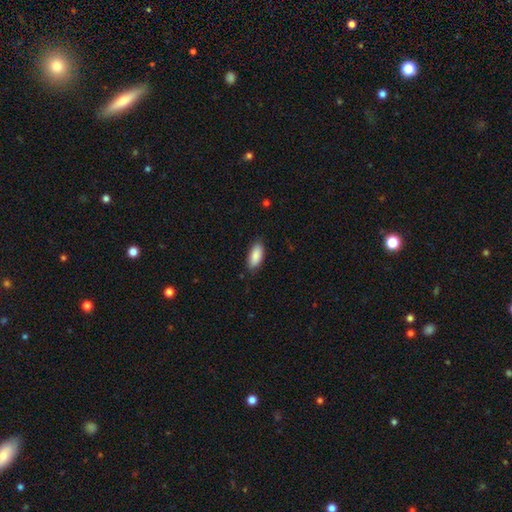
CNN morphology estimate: smooth 88%, star or artifact 6%, featured or disk 6%. Down the decision tree: how rounded — in between (85%); merging — none (83%).